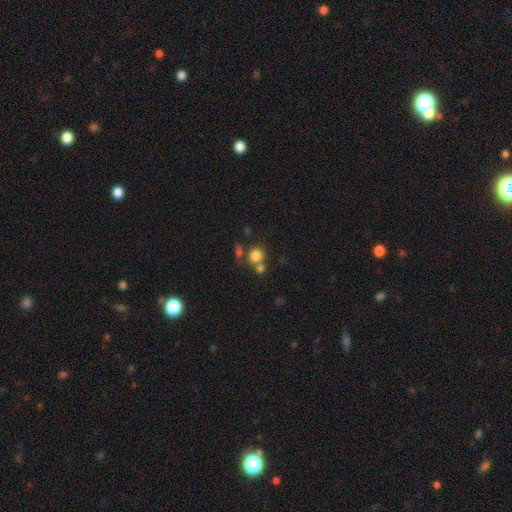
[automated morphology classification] This is likely a smooth galaxy (79%). How rounded: clearly round (86%). Merging: possibly none (58%).